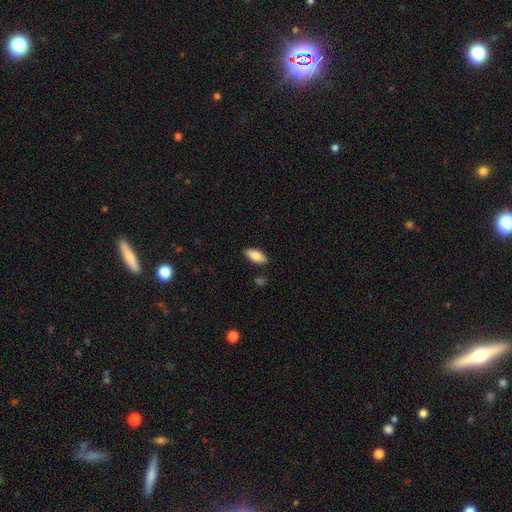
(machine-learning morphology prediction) This appears to be a smooth galaxy with no disk features (83%) that is in between round and cigar-shaped (85%). Merging: none (86%).